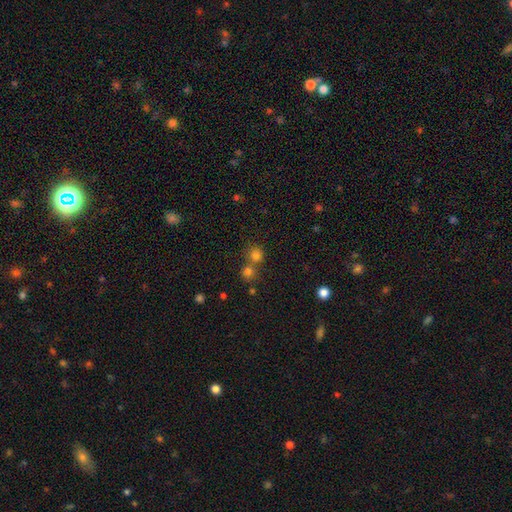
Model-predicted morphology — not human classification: This is likely a smooth galaxy (75%). How rounded: clearly round (89%). Merging: possibly none (57%).